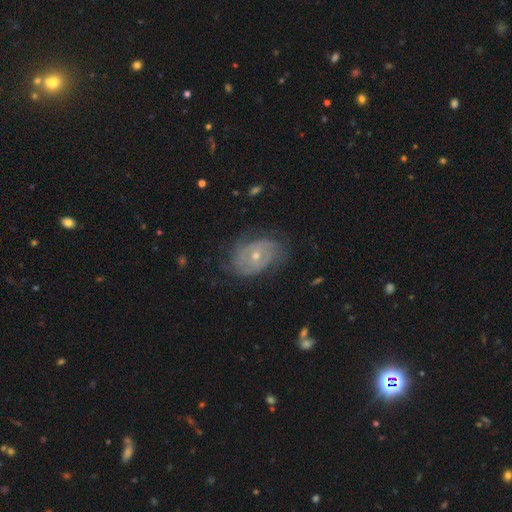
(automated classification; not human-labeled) Smooth or featured: featured or disk — 77% (smooth — 16%)
Edge-on disk: no — 96% (yes — 4%)
Bar: no — 75% (weak — 21%)
Spiral arms: yes — 86% (no — 14%)
Spiral winding: tight — 60% (medium — 29%)
Spiral arm count: can't tell — 37% (2 — 36%)
Bulge size: small — 54% (moderate — 43%)
Merging: none — 67% (minor disturbance — 22%)